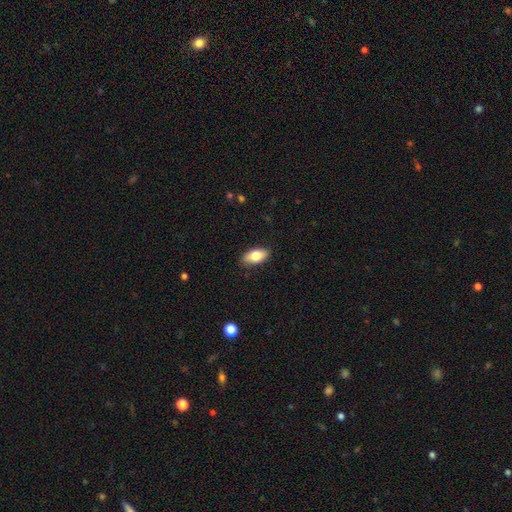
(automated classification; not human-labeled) Smooth or featured: smooth — 81% (featured or disk — 13%)
How rounded: in between — 90% (cigar-shaped — 7%)
Merging: none — 87% (minor disturbance — 10%)